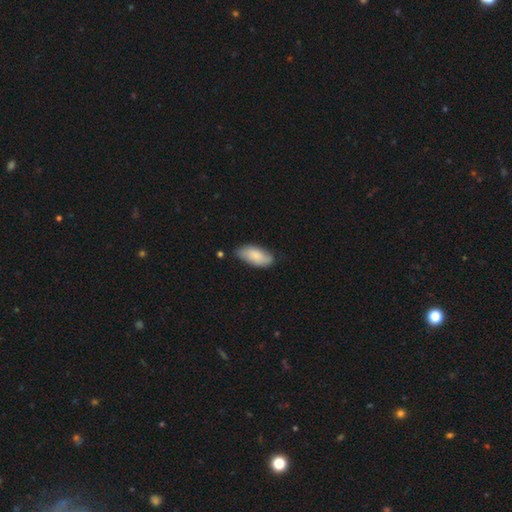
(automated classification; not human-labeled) This appears to be a smooth galaxy with no disk features (79%) that is in between round and cigar-shaped (89%). Merging: none (66%).